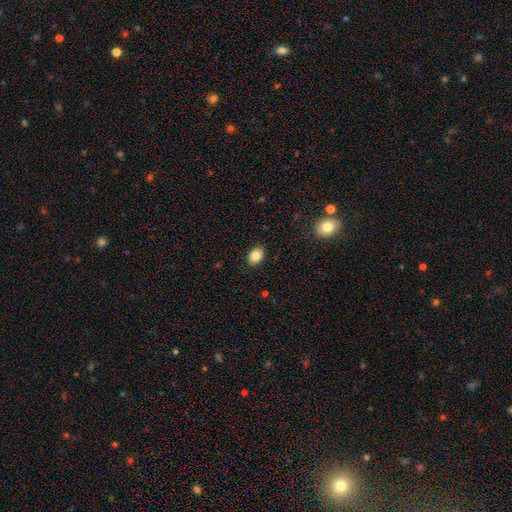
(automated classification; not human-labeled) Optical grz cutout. It shows a smooth galaxy with no disk features (85%) that is in between round and cigar-shaped (75%). Merging: none (89%).